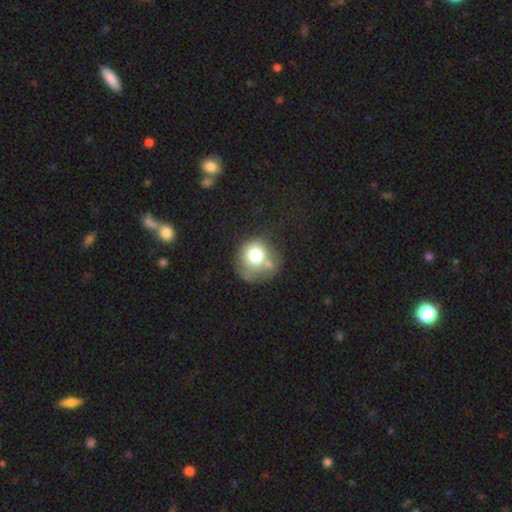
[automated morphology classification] A smooth galaxy with no disk features (70%) that is round (82%).

Vote fractions:
- Smooth or featured? smooth: 70% / featured or disk: 20% / star or artifact: 10%
- How rounded? round: 82% / in between: 18% / cigar-shaped: 1%
- Merging? none: 40% / merger: 24% / minor disturbance: 22% / major disturbance: 14%